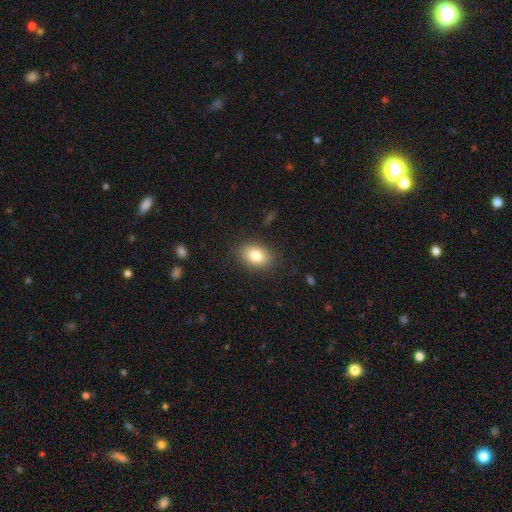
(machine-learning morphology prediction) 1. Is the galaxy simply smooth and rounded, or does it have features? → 82% smooth, 10% featured or disk, 9% star or artifact.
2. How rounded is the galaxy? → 78% in between, 21% round, 1% cigar-shaped.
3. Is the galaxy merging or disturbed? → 85% none, 11% minor disturbance, 3% major disturbance, 1% merger.